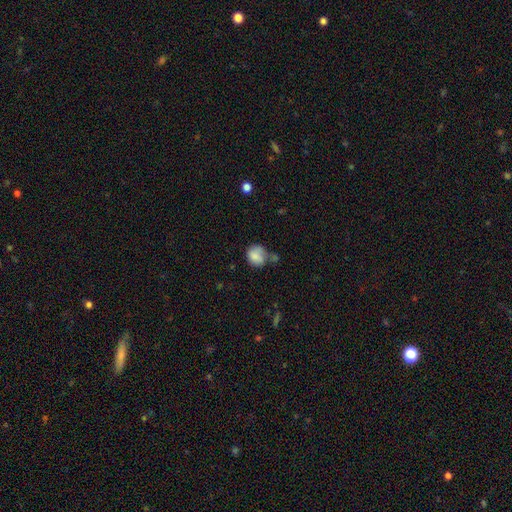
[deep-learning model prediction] smooth 79%, featured or disk 12%, star or artifact 8%. Down the decision tree: how rounded — round (67%); merging — none (39%).